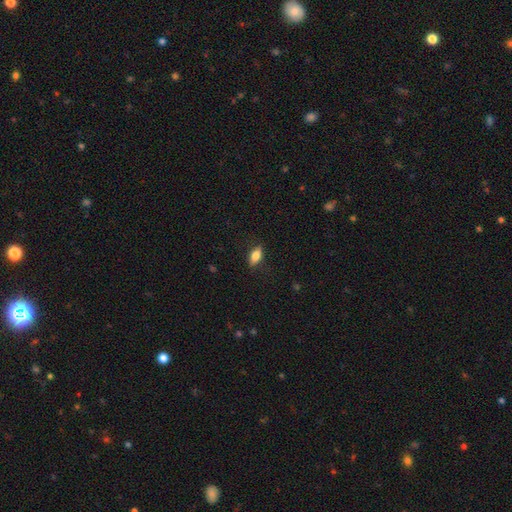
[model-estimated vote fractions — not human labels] This is likely a smooth galaxy (73%). How rounded: likely in between (80%). Merging: clearly none (84%).